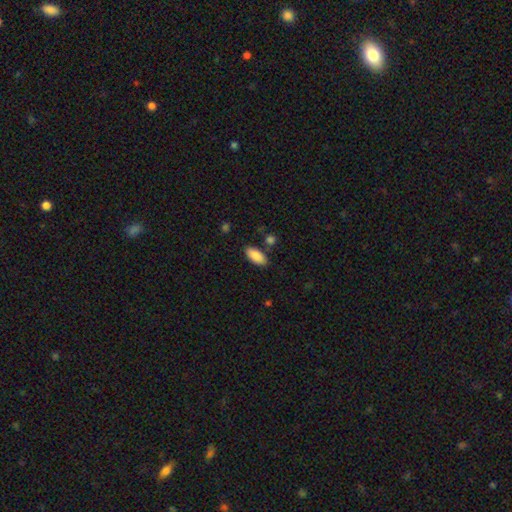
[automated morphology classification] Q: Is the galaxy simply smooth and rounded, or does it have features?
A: smooth — 88%.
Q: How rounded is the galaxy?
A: in between — 89%.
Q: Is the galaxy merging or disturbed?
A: none — 83%.